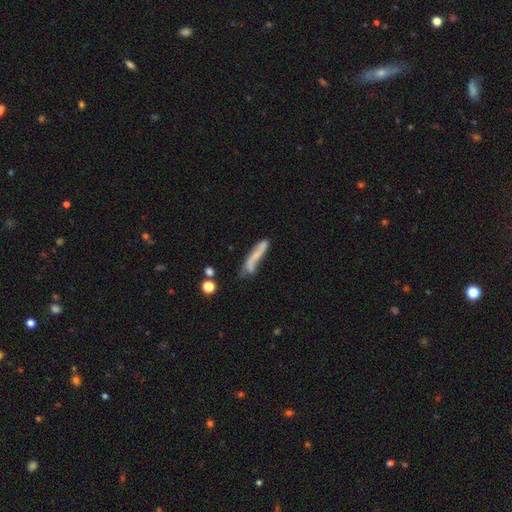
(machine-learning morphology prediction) The model was most divided on "smooth or featured": smooth: 49%, featured or disk: 41%, star or artifact: 10%. Remaining: merging — none (42%).